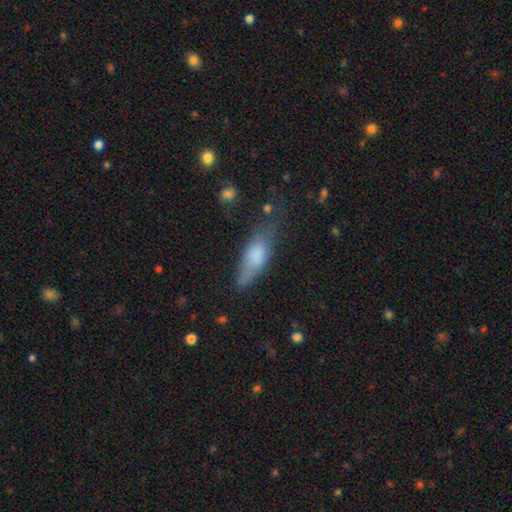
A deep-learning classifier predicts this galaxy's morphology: Smooth or featured?
  - smooth: 74% *
  - featured or disk: 18%
  - star or artifact: 8%
How rounded?
  - in between: 65% *
  - cigar-shaped: 32%
  - round: 3%
Merging?
  - none: 42% *
  - minor disturbance: 33%
  - major disturbance: 20%
  - merger: 5%